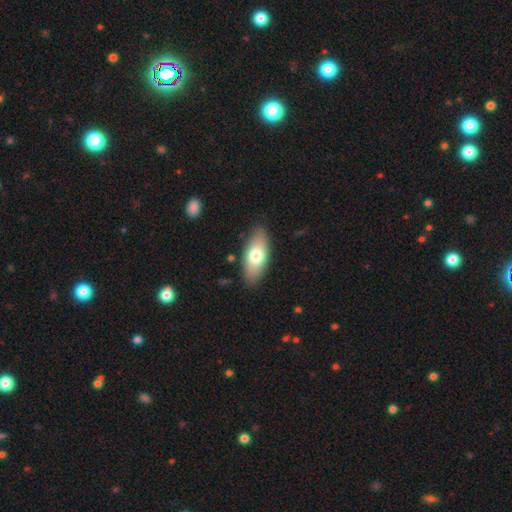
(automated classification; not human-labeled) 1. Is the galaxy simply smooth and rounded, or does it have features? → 71% smooth, 23% featured or disk, 6% star or artifact.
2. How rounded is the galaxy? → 85% in between, 12% cigar-shaped, 3% round.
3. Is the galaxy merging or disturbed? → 85% none, 11% minor disturbance, 3% major disturbance, 1% merger.